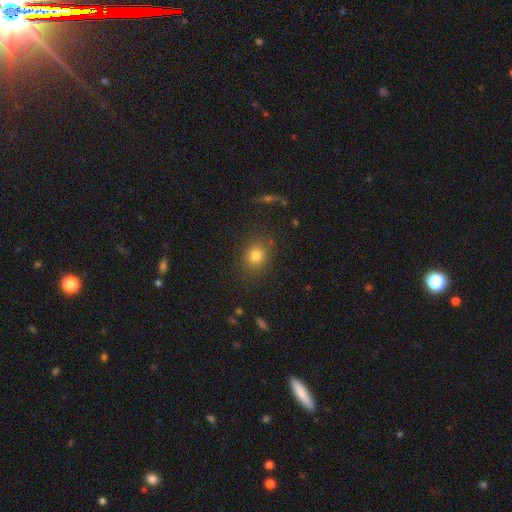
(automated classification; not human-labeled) Smooth or featured: smooth — 78% (star or artifact — 14%)
How rounded: round — 60% (in between — 39%)
Merging: none — 84% (minor disturbance — 10%)